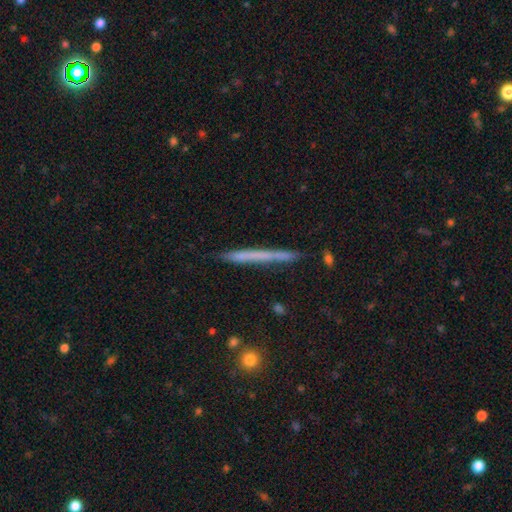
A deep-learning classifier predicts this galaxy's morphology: smooth 47%, featured or disk 45%, star or artifact 8%. Down the decision tree: merging — none (89%).